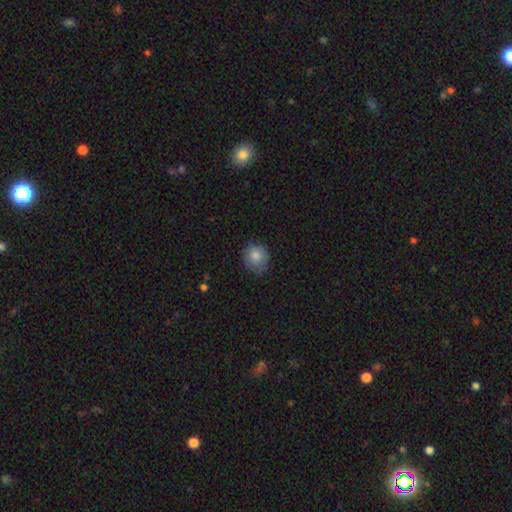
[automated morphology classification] Smooth or featured? smooth (84%)
How rounded? round (81%)
Merging? none (71%)